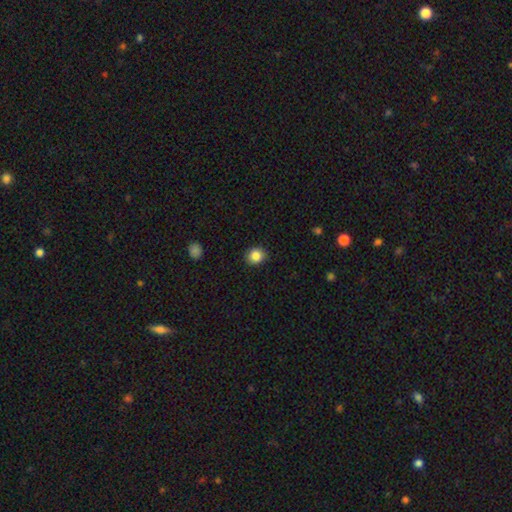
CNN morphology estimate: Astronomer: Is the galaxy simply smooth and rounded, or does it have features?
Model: smooth — 85%.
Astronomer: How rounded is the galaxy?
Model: round — 77%.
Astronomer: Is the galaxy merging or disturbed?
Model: none — 90%.